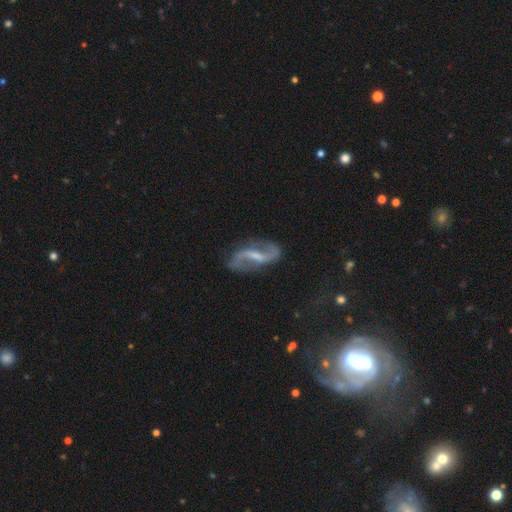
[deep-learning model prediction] A featured or disk galaxy (88%) with a weak bar (46%), 2 (93%) loose (70%) spiral arms (95%) and a small central bulge (47%). Merging: none (79%).